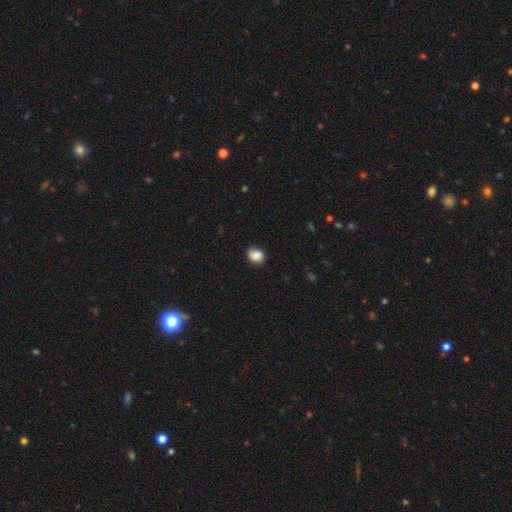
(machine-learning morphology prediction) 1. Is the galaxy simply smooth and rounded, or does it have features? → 85% smooth, 9% star or artifact, 6% featured or disk.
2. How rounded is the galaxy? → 53% round, 46% in between, 1% cigar-shaped.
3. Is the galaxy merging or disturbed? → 78% none, 17% minor disturbance, 3% major disturbance, 2% merger.